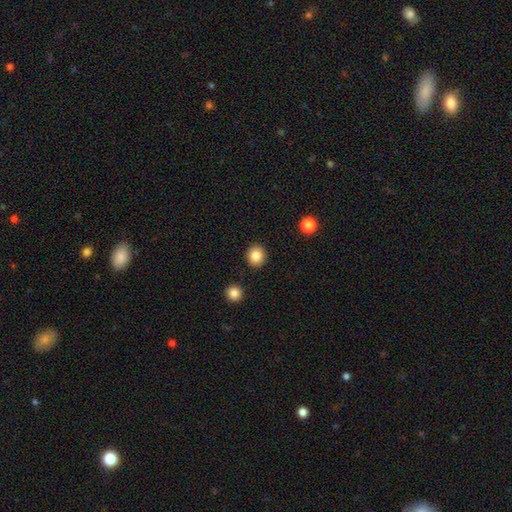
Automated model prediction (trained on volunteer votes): Overall: smooth (84%). How rounded: round (89%). Merging: none (91%).